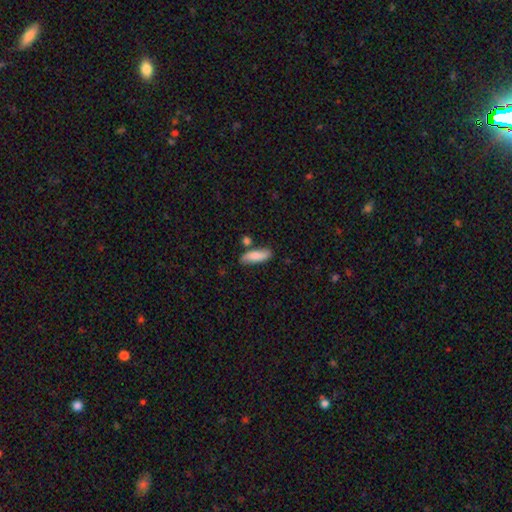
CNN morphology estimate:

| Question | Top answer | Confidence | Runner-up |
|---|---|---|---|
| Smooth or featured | smooth | 80% | featured or disk (14%) |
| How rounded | in between | 60% | cigar-shaped (38%) |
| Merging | none | 67% | minor disturbance (19%) |